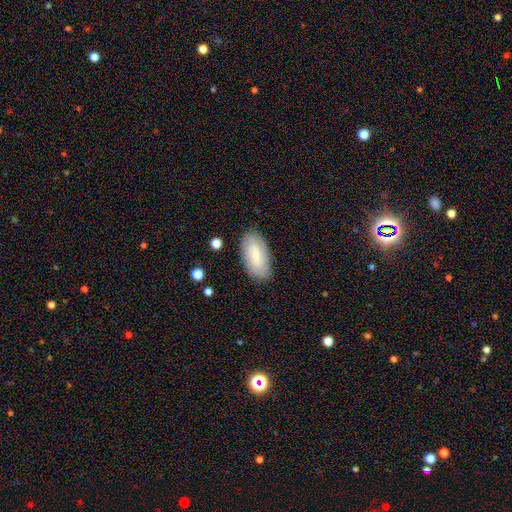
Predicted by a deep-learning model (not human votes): smooth_or_featured: smooth (p=0.54) [alt: featured or disk p=0.39]
how_rounded: in between (p=0.92) [alt: cigar-shaped p=0.05]
merging: none (p=0.83) [alt: minor disturbance p=0.13]